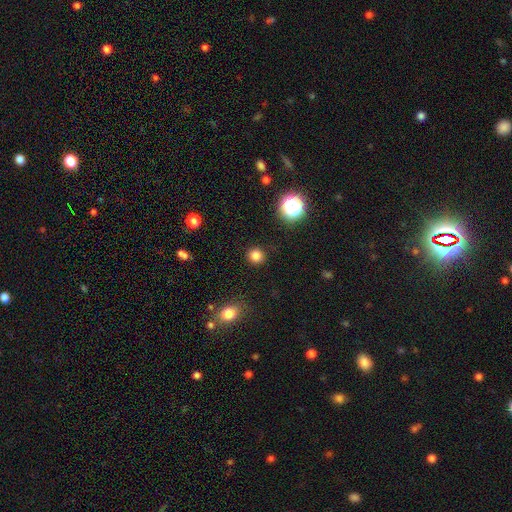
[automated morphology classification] Overall: smooth (81%). How rounded: round (93%). Merging: none (91%).